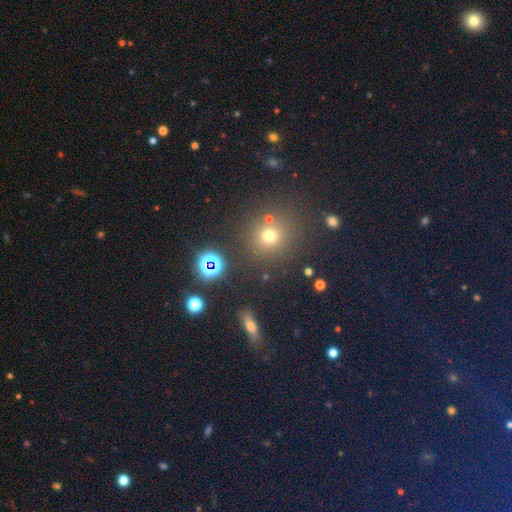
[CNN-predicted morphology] Overall: smooth (48%; star or artifact 45%). Merging: none (83%).